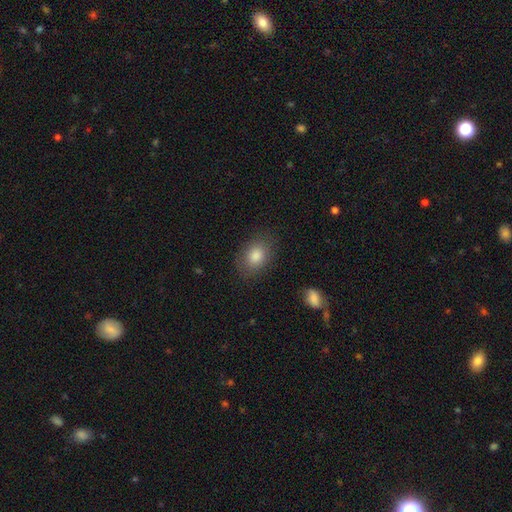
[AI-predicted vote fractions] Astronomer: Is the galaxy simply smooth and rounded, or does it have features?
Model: smooth — 83%.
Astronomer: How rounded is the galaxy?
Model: in between — 74%.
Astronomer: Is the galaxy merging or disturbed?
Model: none — 83%.